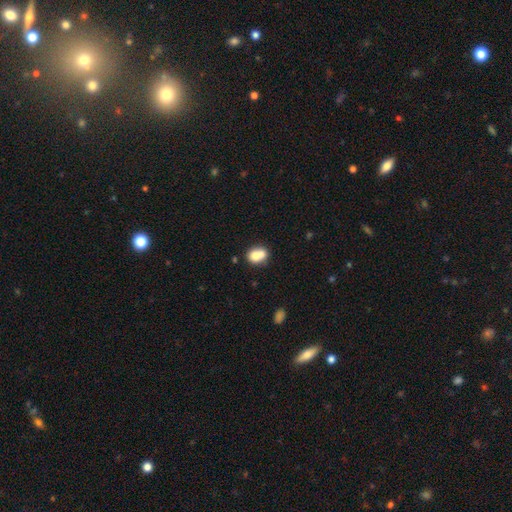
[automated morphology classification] Smooth or featured?
  - smooth: 72% *
  - featured or disk: 18%
  - star or artifact: 9%
How rounded?
  - round: 55% *
  - in between: 44%
  - cigar-shaped: 1%
Merging?
  - merger: 52% *
  - none: 34%
  - minor disturbance: 10%
  - major disturbance: 4%